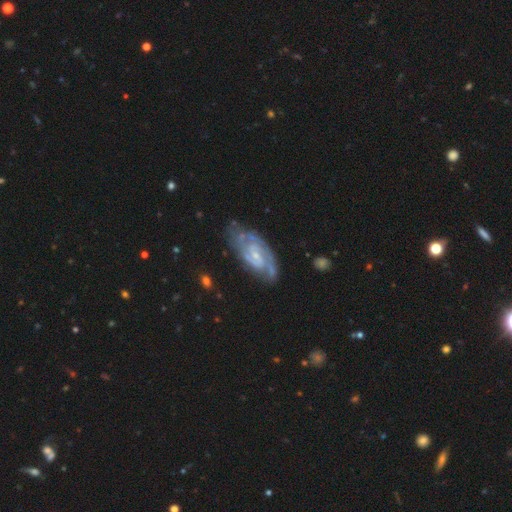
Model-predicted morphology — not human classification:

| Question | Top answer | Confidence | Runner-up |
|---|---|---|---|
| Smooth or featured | featured or disk | 86% | smooth (9%) |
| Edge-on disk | no | 95% | yes (5%) |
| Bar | no | 48% | weak (43%) |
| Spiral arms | yes | 95% | no (5%) |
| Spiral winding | tight | 54% | medium (38%) |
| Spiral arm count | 2 | 59% | can't tell (20%) |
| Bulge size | small | 70% | moderate (22%) |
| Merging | none | 65% | minor disturbance (23%) |